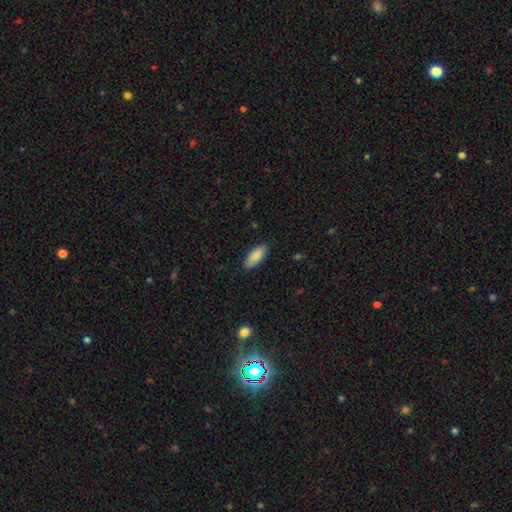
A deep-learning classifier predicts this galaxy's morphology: Smooth or featured?
  - smooth: 85% *
  - featured or disk: 9%
  - star or artifact: 6%
How rounded?
  - in between: 86% *
  - cigar-shaped: 12%
  - round: 2%
Merging?
  - none: 85% *
  - minor disturbance: 12%
  - major disturbance: 2%
  - merger: 1%